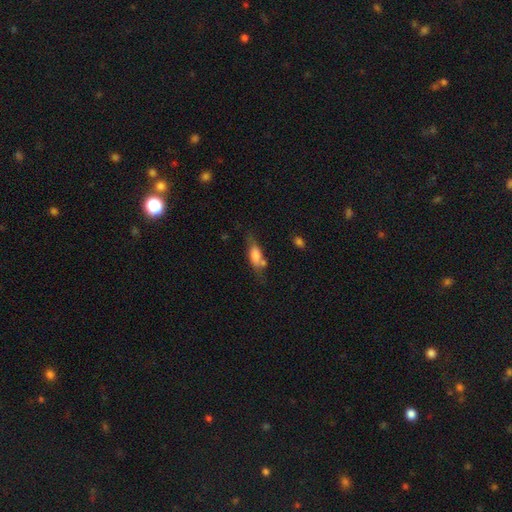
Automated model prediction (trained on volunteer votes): The model was most divided on "merging": none: 48%, minor disturbance: 26%, merger: 15%, major disturbance: 11%. More confident: how rounded — in between (71%); smooth or featured — smooth (69%).